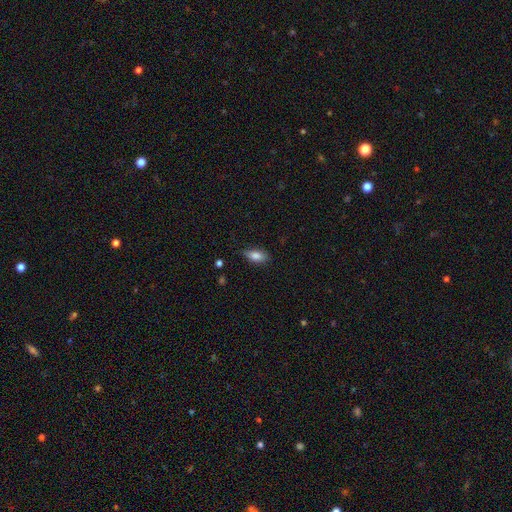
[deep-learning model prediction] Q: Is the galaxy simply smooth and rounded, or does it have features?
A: smooth — 81%.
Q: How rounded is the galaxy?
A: in between — 86%.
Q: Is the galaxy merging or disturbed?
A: none — 79%.